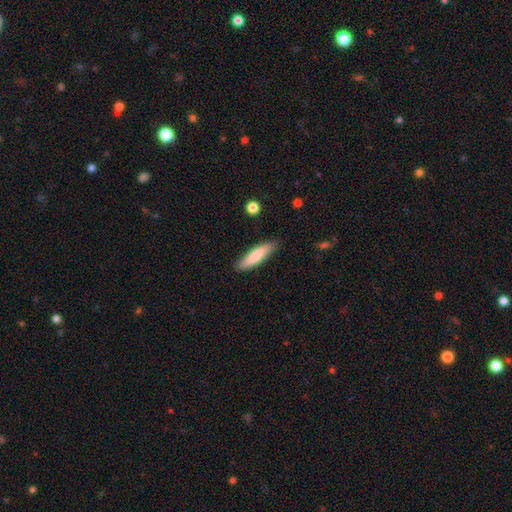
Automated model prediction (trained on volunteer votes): Smooth or featured: smooth — 80% (featured or disk — 15%)
How rounded: cigar-shaped — 76% (in between — 23%)
Merging: none — 86% (minor disturbance — 10%)